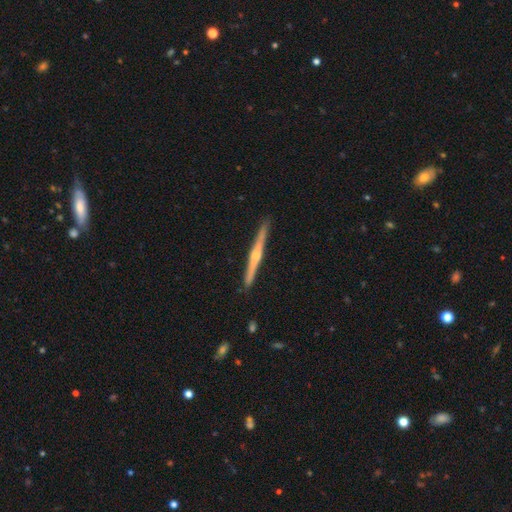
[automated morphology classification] Smooth or featured? featured or disk (75%)
Edge-on disk? yes (98%)
Edge-on bulge? rounded (82%)
Merging? none (91%)